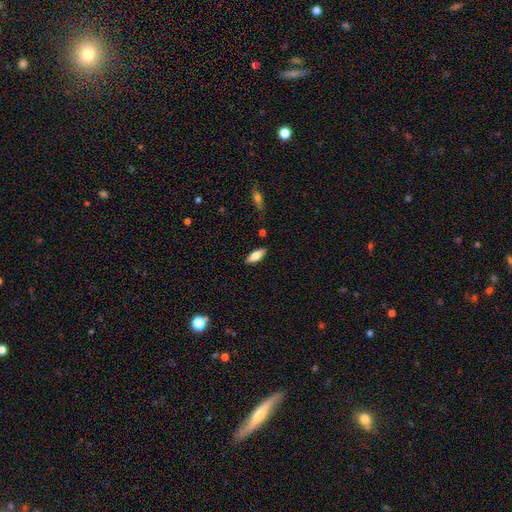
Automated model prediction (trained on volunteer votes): smooth-or-featured: smooth: 72% | featured or disk: 22% | star or artifact: 6%
  how-rounded: in between: 73% | cigar-shaped: 25% | round: 2%
  merging: none: 87% | minor disturbance: 9% | major disturbance: 2% | merger: 2%